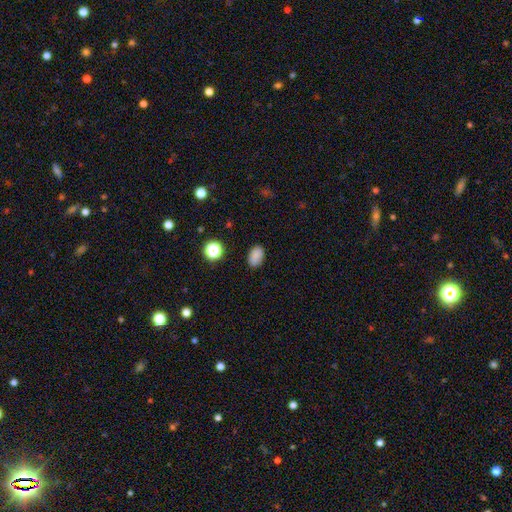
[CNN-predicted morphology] Q: Smooth or featured?
A: smooth (83%); runner-up: star or artifact (12%)
Q: How rounded?
A: in between (85%); runner-up: round (14%)
Q: Merging?
A: none (82%); runner-up: minor disturbance (13%)